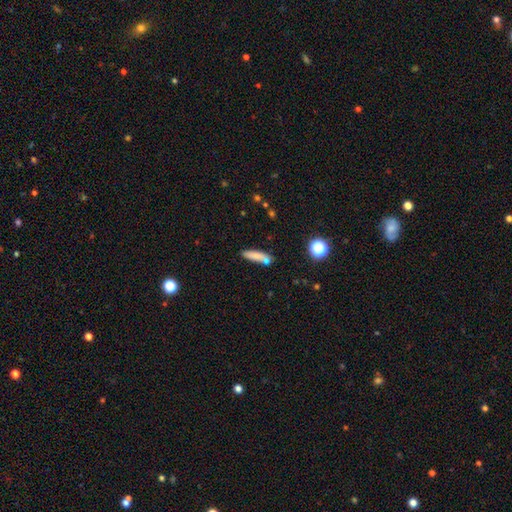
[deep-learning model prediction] smooth_or_featured: smooth (p=0.77) [alt: featured or disk p=0.14]
how_rounded: cigar-shaped (p=0.74) [alt: in between p=0.23]
merging: none (p=0.61) [alt: minor disturbance p=0.18]